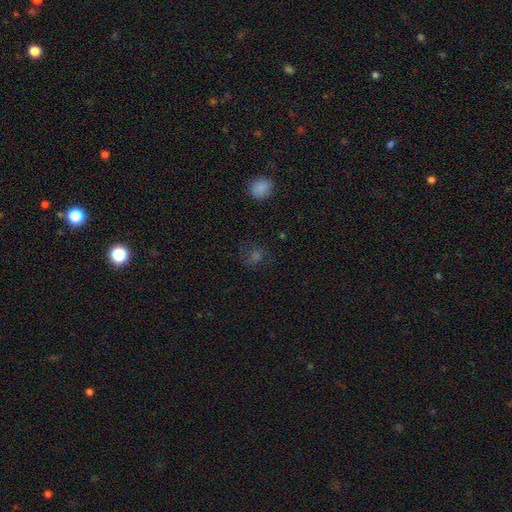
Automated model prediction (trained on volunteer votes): This appears to be a smooth galaxy with no disk features (50%) that is round (74%). Merging: none (74%).